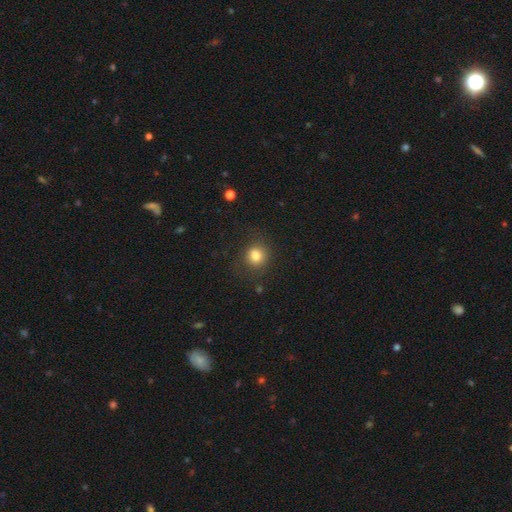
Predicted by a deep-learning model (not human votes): A smooth galaxy with no disk features (80%) that is round (82%). Merging: none (78%).